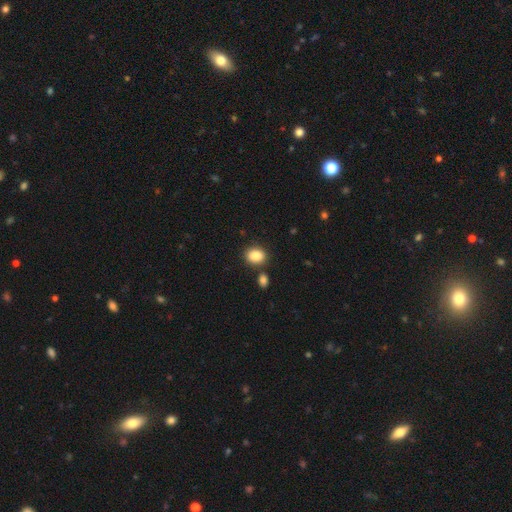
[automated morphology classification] smooth_or_featured: smooth (p=0.88) [alt: star or artifact p=0.08]
how_rounded: in between (p=0.55) [alt: round p=0.44]
merging: none (p=0.78) [alt: minor disturbance p=0.10]